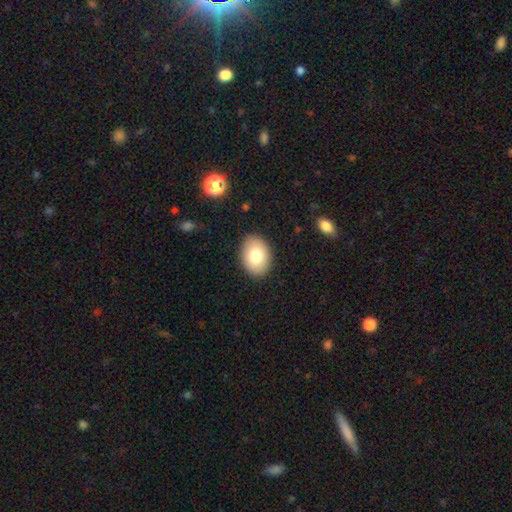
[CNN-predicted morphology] Smooth or featured?
  - smooth: 79% *
  - featured or disk: 13%
  - star or artifact: 8%
How rounded?
  - in between: 76% *
  - round: 23%
  - cigar-shaped: 1%
Merging?
  - none: 89% *
  - minor disturbance: 8%
  - major disturbance: 2%
  - merger: 1%